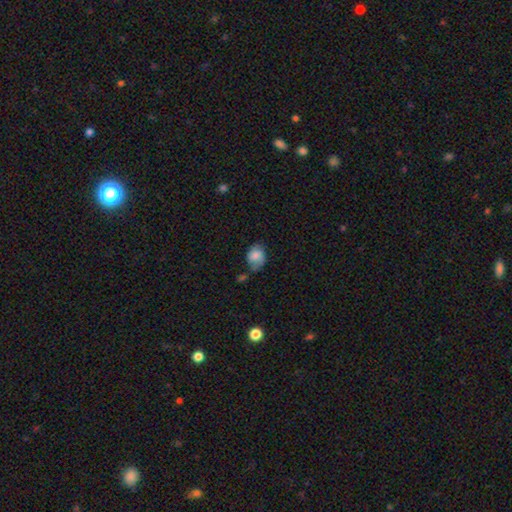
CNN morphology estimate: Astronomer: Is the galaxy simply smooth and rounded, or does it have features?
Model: smooth — 69%.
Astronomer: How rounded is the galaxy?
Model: in between — 57% (runner-up: round, 42%).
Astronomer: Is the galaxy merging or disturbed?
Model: none — 42% (runner-up: minor disturbance, 34%).